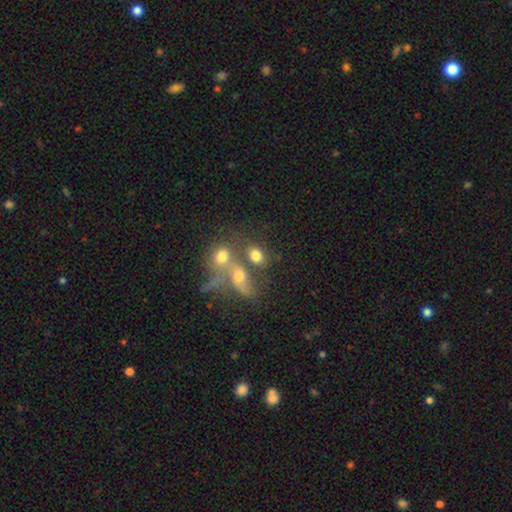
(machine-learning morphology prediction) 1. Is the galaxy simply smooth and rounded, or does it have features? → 71% smooth, 17% featured or disk, 12% star or artifact.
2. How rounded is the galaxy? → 59% in between, 39% round, 2% cigar-shaped.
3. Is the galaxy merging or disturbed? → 41% merger, 37% none, 11% minor disturbance, 11% major disturbance.